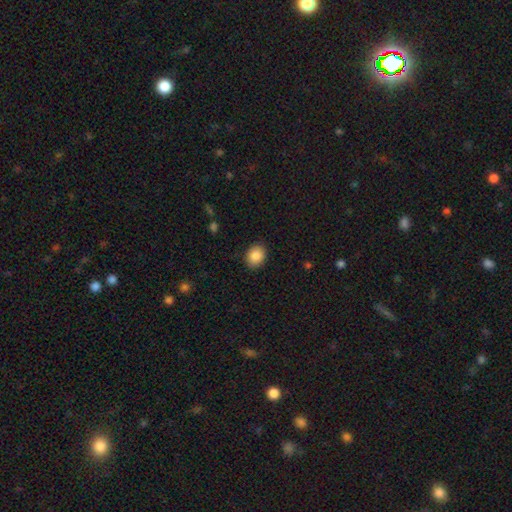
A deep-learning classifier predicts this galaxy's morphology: This is clearly a smooth galaxy (88%). How rounded: possibly in between (56%). Merging: clearly none (89%).